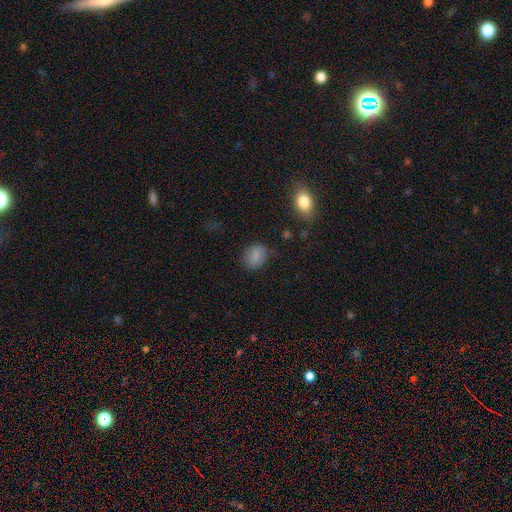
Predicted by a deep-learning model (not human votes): A smooth galaxy with no disk features (84%) that is round (50%). Merging: none (78%).